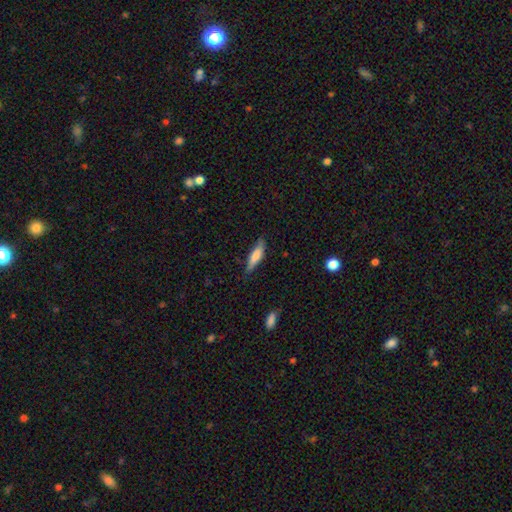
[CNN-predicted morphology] type=smooth (69%); roundness=cigar-shaped (64%); merging=none (70%).